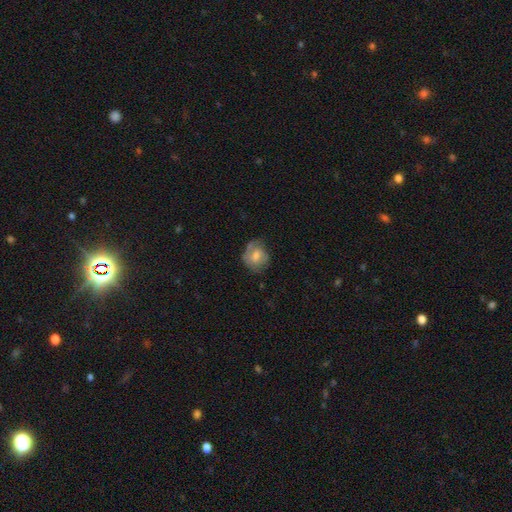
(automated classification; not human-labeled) smooth 49%, featured or disk 43%, star or artifact 8%. Down the decision tree: merging — none (57%).